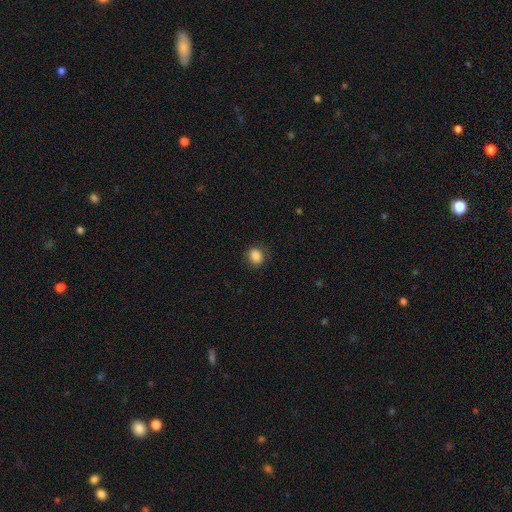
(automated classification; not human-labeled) Q: Smooth or featured?
A: smooth (87%); runner-up: star or artifact (9%)
Q: How rounded?
A: round (60%); runner-up: in between (38%)
Q: Merging?
A: none (82%); runner-up: minor disturbance (13%)